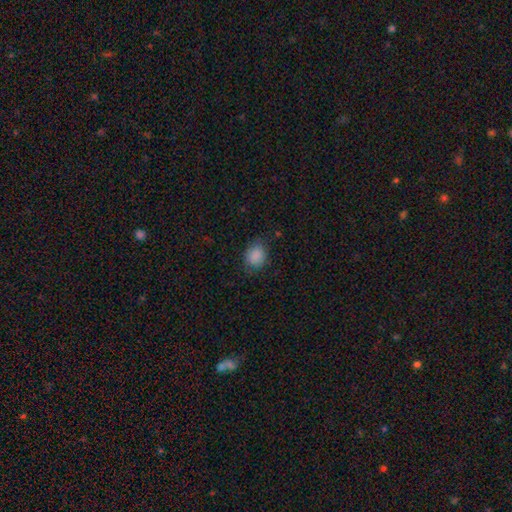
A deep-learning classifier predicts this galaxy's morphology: smooth_or_featured: smooth (p=0.87) [alt: star or artifact p=0.09]
how_rounded: round (p=0.62) [alt: in between p=0.37]
merging: none (p=0.76) [alt: minor disturbance p=0.19]